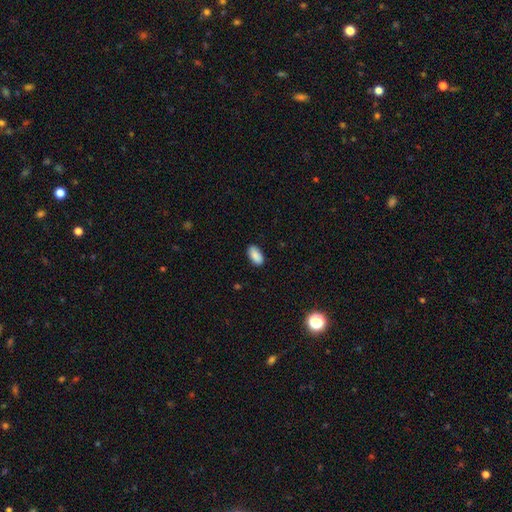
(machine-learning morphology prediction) Q: Smooth or featured?
A: smooth (89%); runner-up: star or artifact (7%)
Q: How rounded?
A: in between (93%); runner-up: cigar-shaped (4%)
Q: Merging?
A: none (88%); runner-up: minor disturbance (9%)